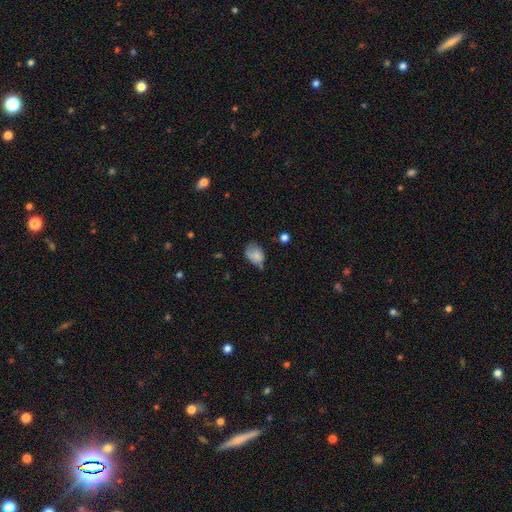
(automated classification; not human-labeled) smooth_or_featured: smooth (p=0.74) [alt: featured or disk p=0.16]
how_rounded: in between (p=0.70) [alt: round p=0.29]
merging: minor disturbance (p=0.42) [alt: none p=0.36]